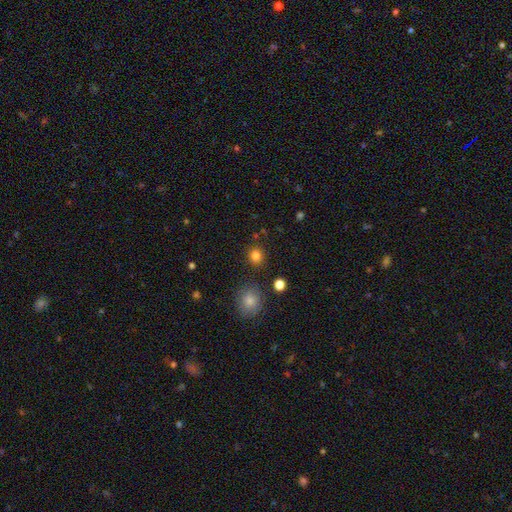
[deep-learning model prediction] Q: Smooth or featured?
A: smooth (82%); runner-up: star or artifact (13%)
Q: How rounded?
A: round (86%); runner-up: in between (13%)
Q: Merging?
A: none (87%); runner-up: minor disturbance (7%)